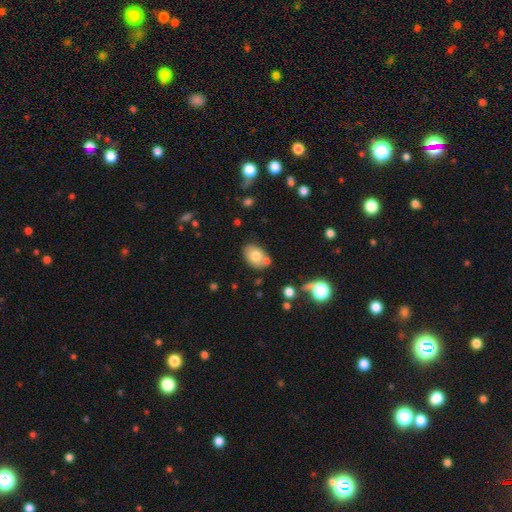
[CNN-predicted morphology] This appears to be a smooth galaxy with no disk features (73%) that is in between round and cigar-shaped (75%). Merging: none (66%).